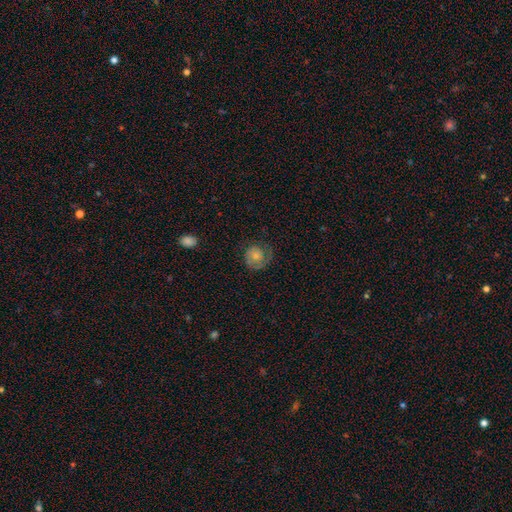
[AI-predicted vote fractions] Overall: smooth (54%; featured or disk 37%). How rounded: round (84%). Merging: none (59%; minor disturbance 22%).